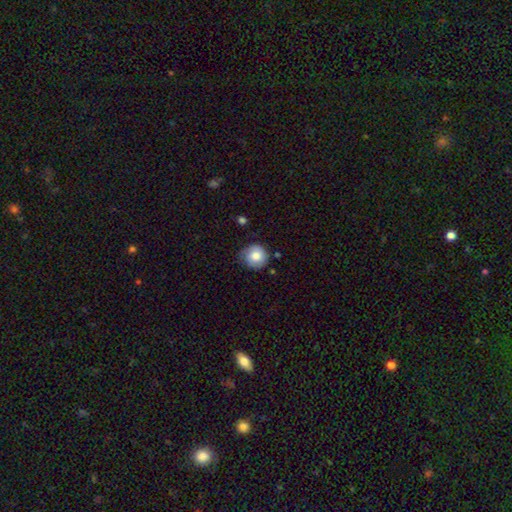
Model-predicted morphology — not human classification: The model was most divided on "merging": none: 66%, minor disturbance: 26%, major disturbance: 6%, merger: 2%. More confident: how rounded — round (90%); smooth or featured — smooth (78%).